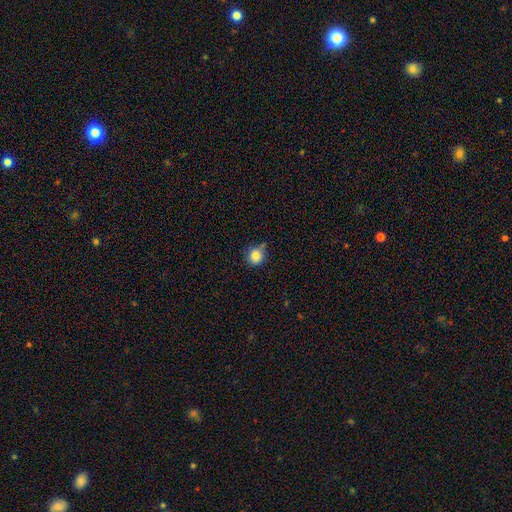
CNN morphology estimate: smooth 85%, star or artifact 10%, featured or disk 5%. Down the decision tree: how rounded — round (83%); merging — none (61%).